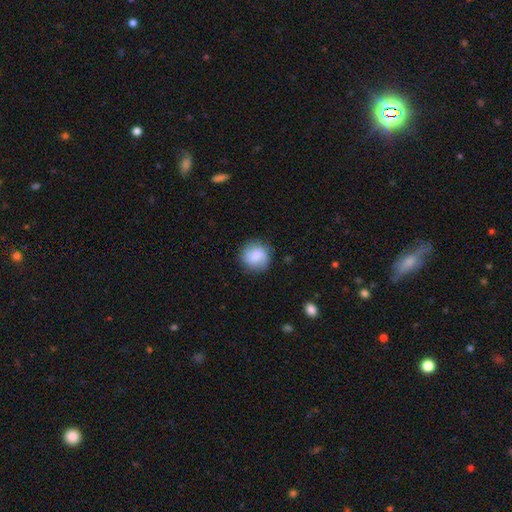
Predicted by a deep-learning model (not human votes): The model was most divided on "smooth or featured": smooth: 74%, featured or disk: 19%, star or artifact: 8%. More confident: how rounded — round (91%); merging — none (83%).